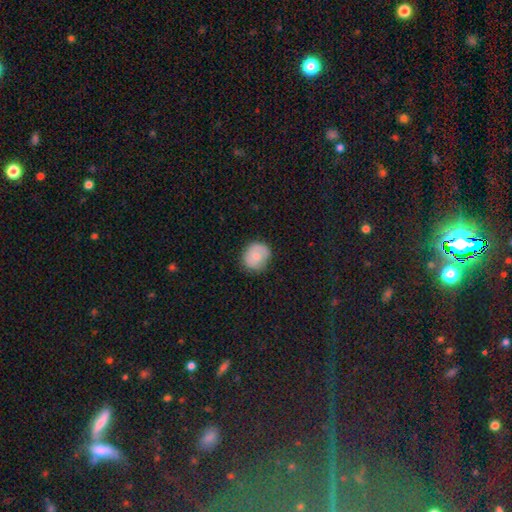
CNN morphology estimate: Smooth or featured? smooth (72%)
How rounded? round (78%)
Merging? none (76%)